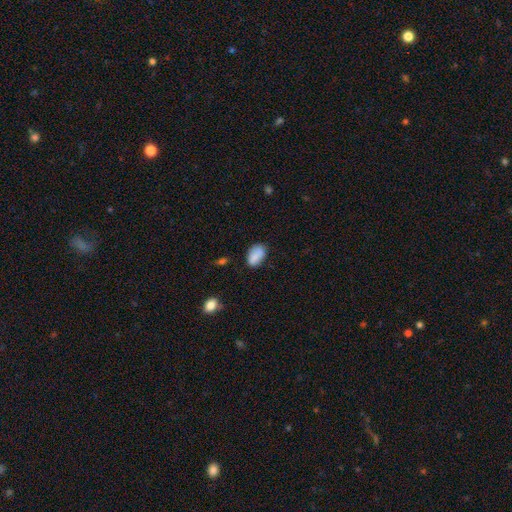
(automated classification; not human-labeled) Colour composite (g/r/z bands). It shows a smooth galaxy with no disk features (84%) that is in between round and cigar-shaped (89%). Merging: none (71%).